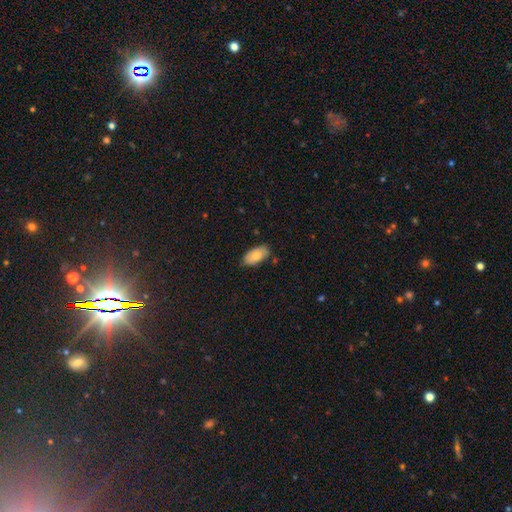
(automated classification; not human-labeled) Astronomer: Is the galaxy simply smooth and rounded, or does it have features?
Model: smooth — 79%.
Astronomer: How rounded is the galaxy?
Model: in between — 94%.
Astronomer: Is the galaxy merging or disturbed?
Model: none — 80%.